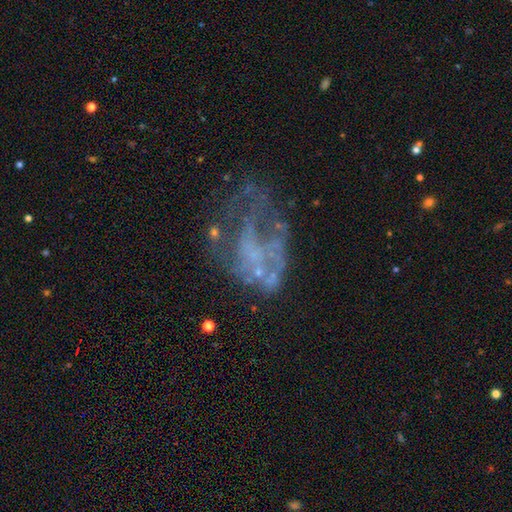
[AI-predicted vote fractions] Q: Smooth or featured?
A: featured or disk (66%); runner-up: smooth (17%)
Q: Edge-on disk?
A: no (98%); runner-up: yes (2%)
Q: Bar?
A: no (89%); runner-up: weak (9%)
Q: Spiral arms?
A: no (82%); runner-up: yes (18%)
Q: Bulge size?
A: none (76%); runner-up: small (14%)
Q: Merging?
A: major disturbance (43%); runner-up: none (31%)